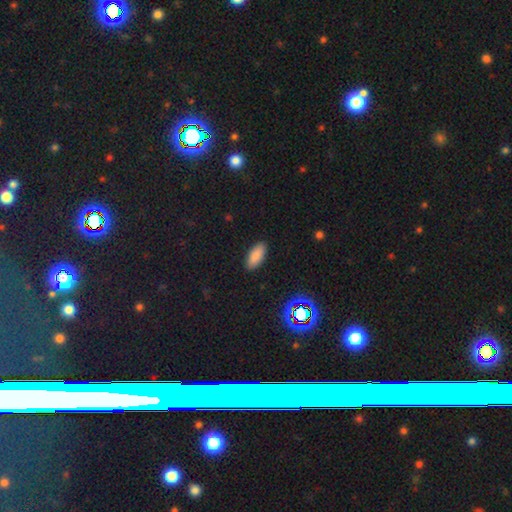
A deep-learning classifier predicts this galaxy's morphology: Q: Smooth or featured?
A: smooth (87%); runner-up: star or artifact (9%)
Q: How rounded?
A: in between (87%); runner-up: cigar-shaped (10%)
Q: Merging?
A: none (89%); runner-up: minor disturbance (8%)